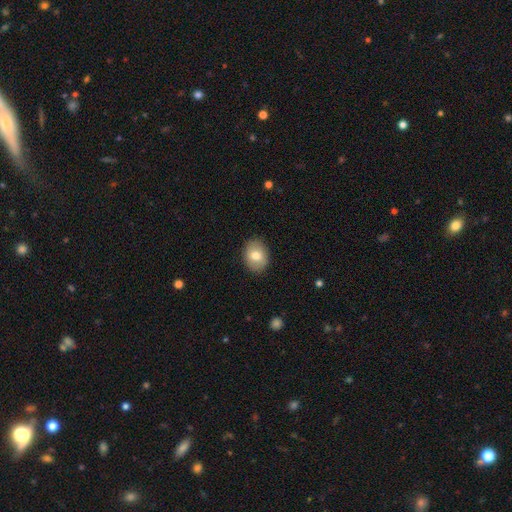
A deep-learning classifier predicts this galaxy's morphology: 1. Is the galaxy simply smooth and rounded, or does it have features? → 77% smooth, 15% featured or disk, 8% star or artifact.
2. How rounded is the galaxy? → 62% in between, 37% round, 1% cigar-shaped.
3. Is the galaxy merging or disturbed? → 89% none, 8% minor disturbance, 2% major disturbance, 1% merger.